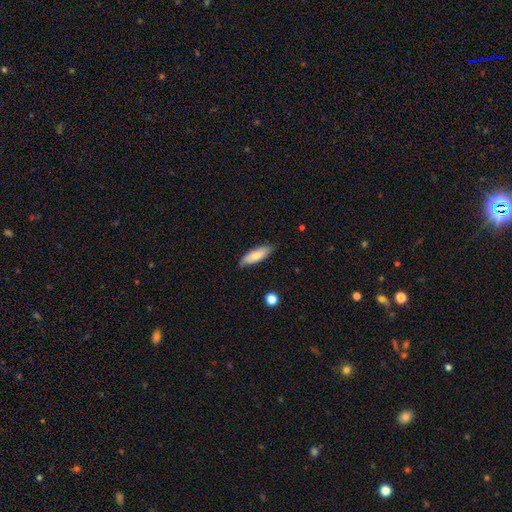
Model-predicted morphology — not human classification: This appears to be a smooth galaxy with no disk features (78%) that is in between round and cigar-shaped (57%). Merging: none (81%).